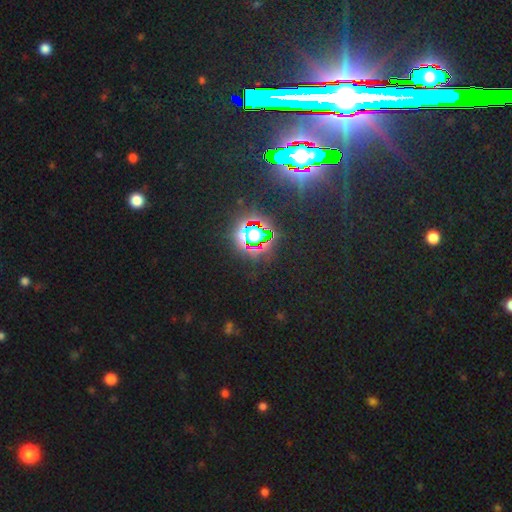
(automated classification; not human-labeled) Morphology: type=star or artifact (83%).